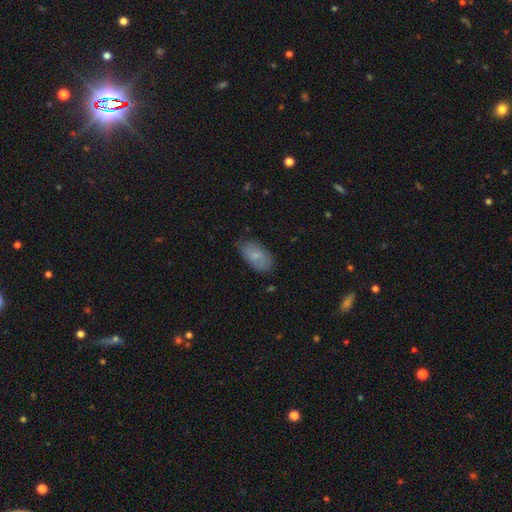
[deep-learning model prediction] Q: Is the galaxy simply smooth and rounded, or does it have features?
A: smooth — 74%.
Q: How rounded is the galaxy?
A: in between — 93%.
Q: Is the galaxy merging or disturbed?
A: none — 69%.